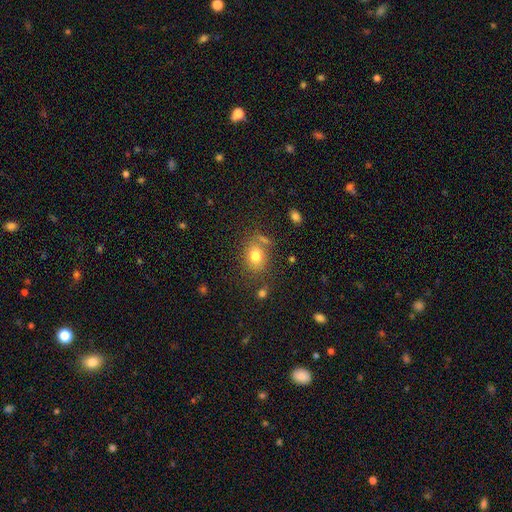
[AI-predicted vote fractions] Q: Smooth or featured?
A: smooth (77%); runner-up: star or artifact (12%)
Q: How rounded?
A: in between (54%); runner-up: round (45%)
Q: Merging?
A: none (68%); runner-up: minor disturbance (15%)